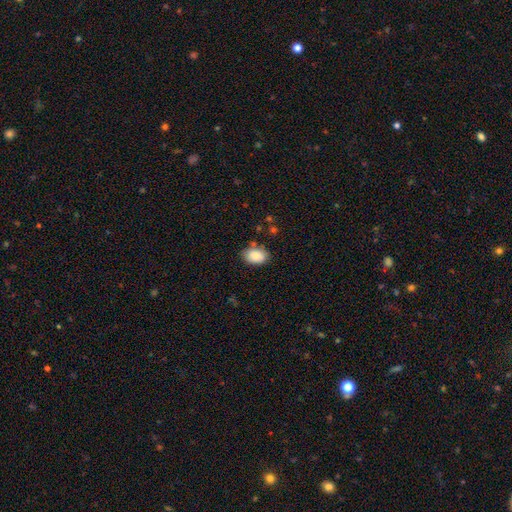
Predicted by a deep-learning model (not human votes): Smooth or featured?
  - smooth: 89% *
  - star or artifact: 7%
  - featured or disk: 4%
How rounded?
  - in between: 85% *
  - round: 14%
  - cigar-shaped: 1%
Merging?
  - none: 77% *
  - minor disturbance: 16%
  - major disturbance: 4%
  - merger: 3%